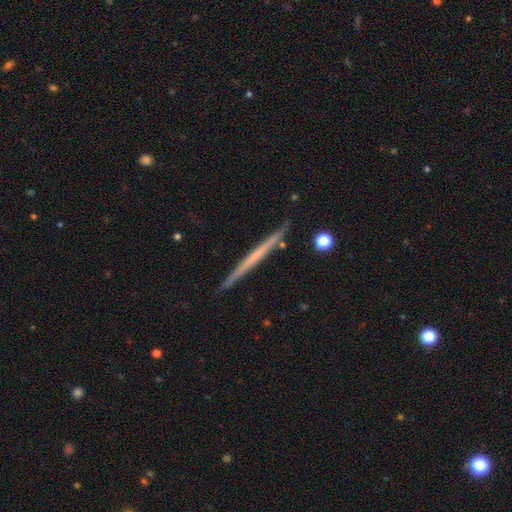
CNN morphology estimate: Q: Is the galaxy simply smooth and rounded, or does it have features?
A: featured or disk — 55%.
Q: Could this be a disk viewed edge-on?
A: yes — 97%.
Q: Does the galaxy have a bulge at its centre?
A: none — 91%.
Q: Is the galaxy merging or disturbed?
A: none — 90%.